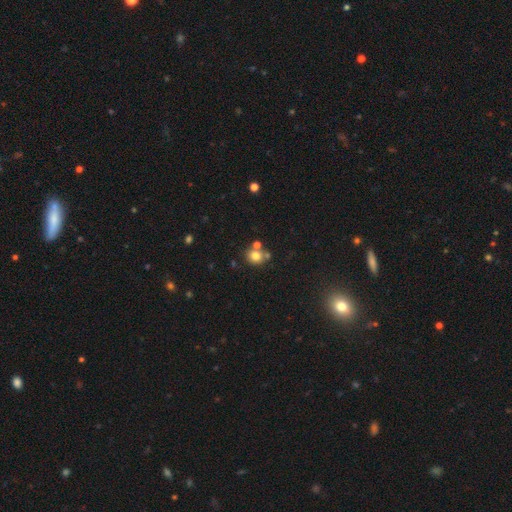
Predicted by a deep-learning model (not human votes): Morphology: type=smooth (76%); roundness=round (81%); merging=none (61%).